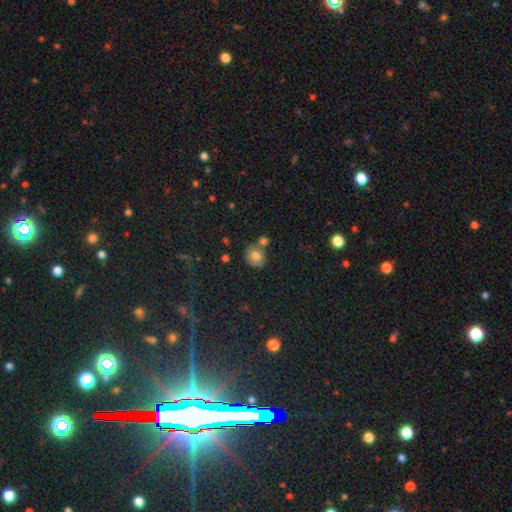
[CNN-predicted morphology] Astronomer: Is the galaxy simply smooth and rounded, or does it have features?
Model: smooth — 76%.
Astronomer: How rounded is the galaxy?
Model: round — 73%.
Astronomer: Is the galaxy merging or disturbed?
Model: none — 58%.